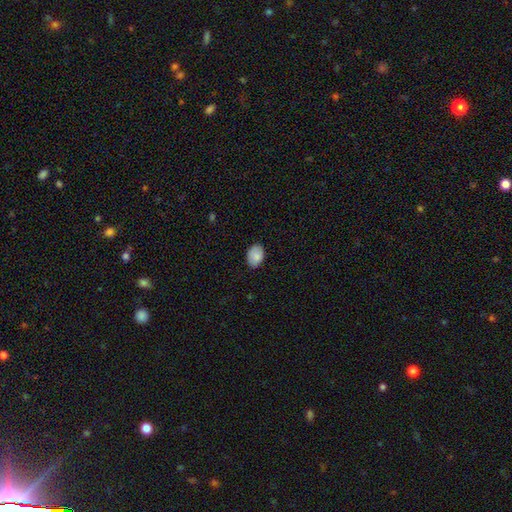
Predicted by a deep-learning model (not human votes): Smooth or featured?
  - smooth: 87% *
  - star or artifact: 7%
  - featured or disk: 6%
How rounded?
  - in between: 82% *
  - round: 17%
  - cigar-shaped: 1%
Merging?
  - none: 85% *
  - minor disturbance: 12%
  - major disturbance: 2%
  - merger: 1%